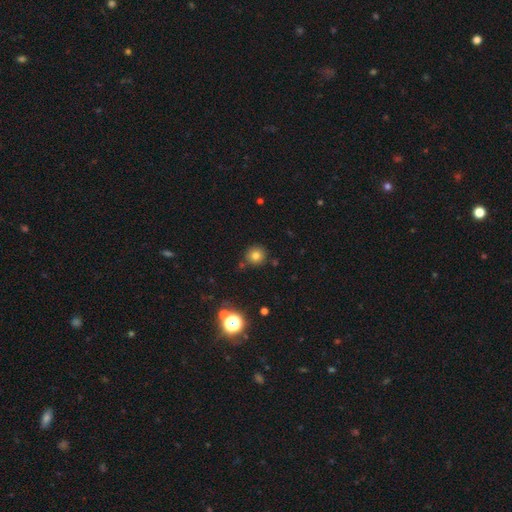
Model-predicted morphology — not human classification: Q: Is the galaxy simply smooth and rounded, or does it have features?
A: smooth — 76%.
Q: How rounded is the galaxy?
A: round — 93%.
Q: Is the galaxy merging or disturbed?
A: none — 82%.